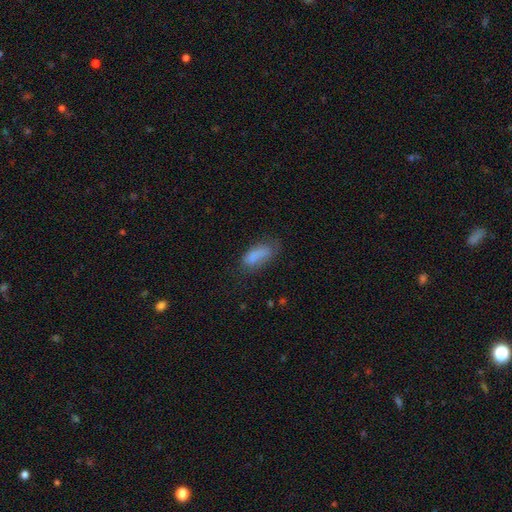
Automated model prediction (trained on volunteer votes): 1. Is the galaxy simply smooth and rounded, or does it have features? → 80% smooth, 11% featured or disk, 10% star or artifact.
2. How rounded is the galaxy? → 80% in between, 17% cigar-shaped, 3% round.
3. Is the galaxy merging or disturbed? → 54% none, 28% minor disturbance, 15% major disturbance, 3% merger.